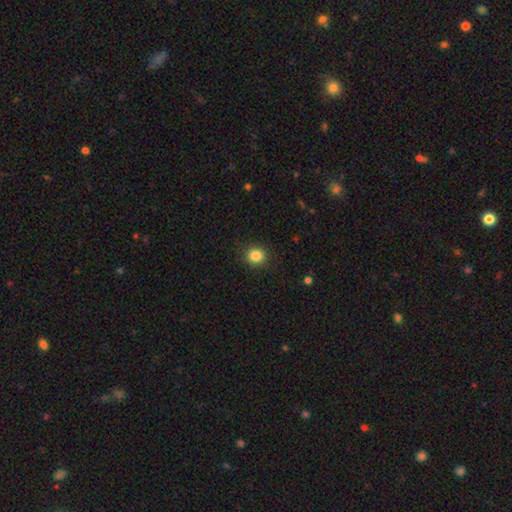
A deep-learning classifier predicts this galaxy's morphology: This appears to be a smooth galaxy with no disk features (85%) that is round (85%). Merging: none (90%).